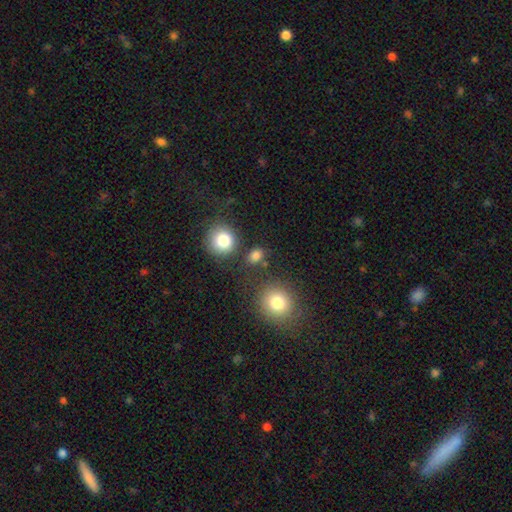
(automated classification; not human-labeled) A smooth galaxy with no disk features (82%) that is round (62%). Merging: none (74%).